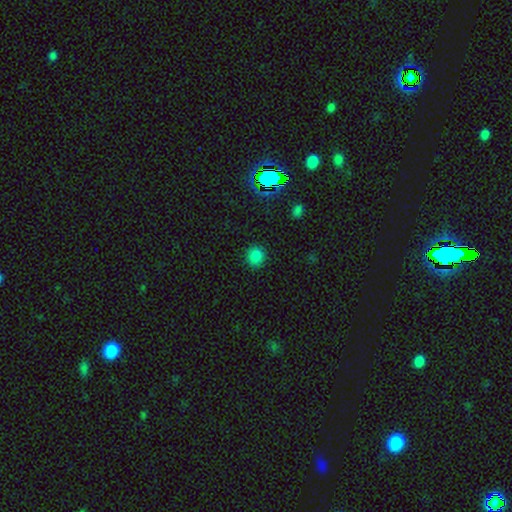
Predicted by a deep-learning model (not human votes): smooth-or-featured: smooth: 82% | star or artifact: 15% | featured or disk: 4%
  how-rounded: round: 84% | in between: 15% | cigar-shaped: 1%
  merging: none: 90% | minor disturbance: 7% | major disturbance: 2% | merger: 1%